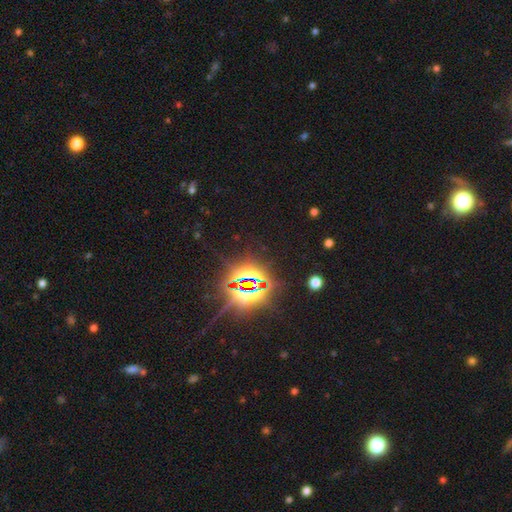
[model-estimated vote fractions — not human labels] A star or artifact, not a galaxy (84%).

Vote fractions:
- Smooth or featured? star or artifact: 84% / smooth: 10% / featured or disk: 7%